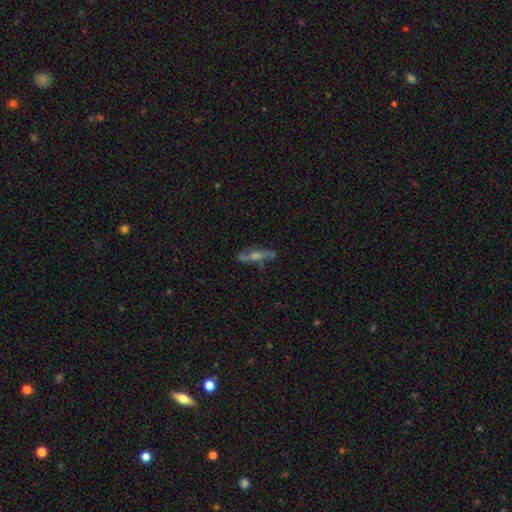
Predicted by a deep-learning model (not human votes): Overall: featured or disk (69%). Edge-on disk: yes (54%; no 46%). Merging: none (68%).